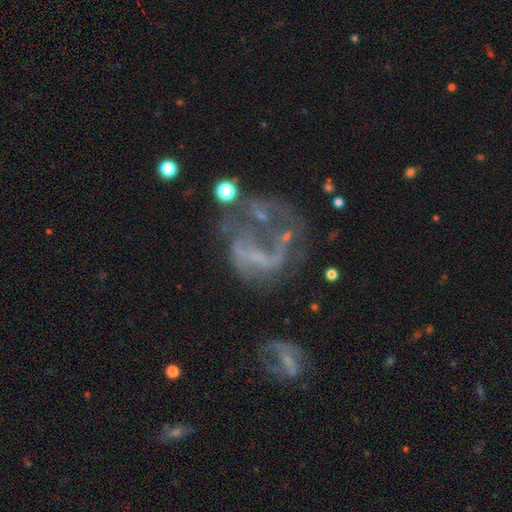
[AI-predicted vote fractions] A featured or disk galaxy (64%) with no bar (65%), no spiral arms (59%) and no central bulge (70%). Merging: major disturbance (46%).